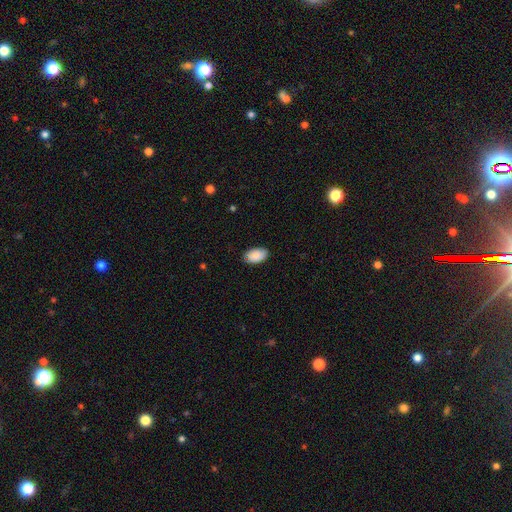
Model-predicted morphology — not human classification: Smooth or featured? smooth (88%)
How rounded? in between (92%)
Merging? none (77%)